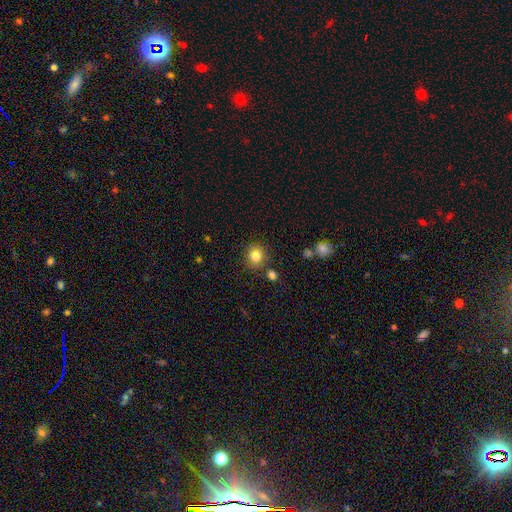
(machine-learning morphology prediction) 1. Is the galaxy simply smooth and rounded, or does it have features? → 82% smooth, 11% star or artifact, 7% featured or disk.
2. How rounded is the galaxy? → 84% round, 15% in between, 1% cigar-shaped.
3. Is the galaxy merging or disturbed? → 83% none, 9% minor disturbance, 5% merger, 3% major disturbance.